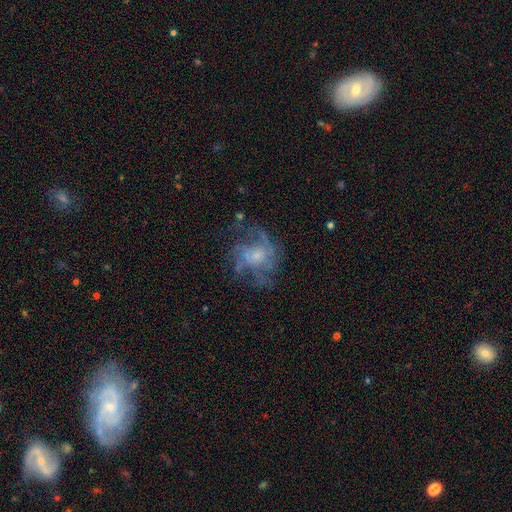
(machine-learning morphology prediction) A featured or disk galaxy (71%) with no bar (76%), medium (43%) spiral arms (74%) and a small central bulge (48%).

Vote fractions:
- Smooth or featured? featured or disk: 71% / smooth: 18% / star or artifact: 11%
- Edge-on disk? no: 97% / yes: 3%
- Bar? no: 76% / weak: 21% / strong: 3%
- Spiral arms? yes: 74% / no: 26%
- Spiral winding? medium: 43% / loose: 32% / tight: 24%
- Spiral arm count? can't tell: 39% / 3: 19% / 4: 15% / 2: 14% / more than 4: 7% / 1: 6%
- Bulge size? small: 48% / moderate: 35% / none: 10% / large: 5% / dominant: 1%
- Merging? none: 56% / major disturbance: 24% / minor disturbance: 18% / merger: 2%